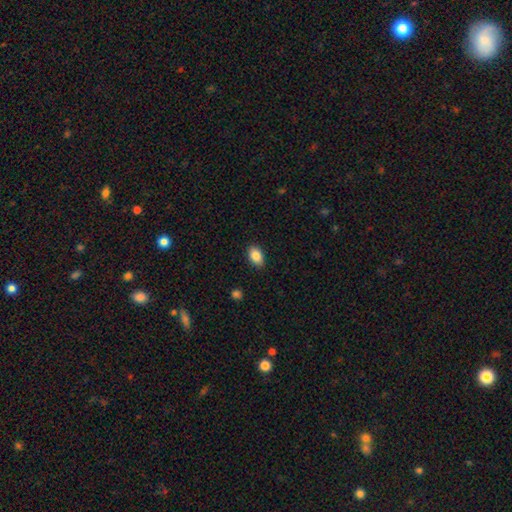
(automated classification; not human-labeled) A smooth galaxy with no disk features (87%) that is in between round and cigar-shaped (90%). Merging: none (89%).